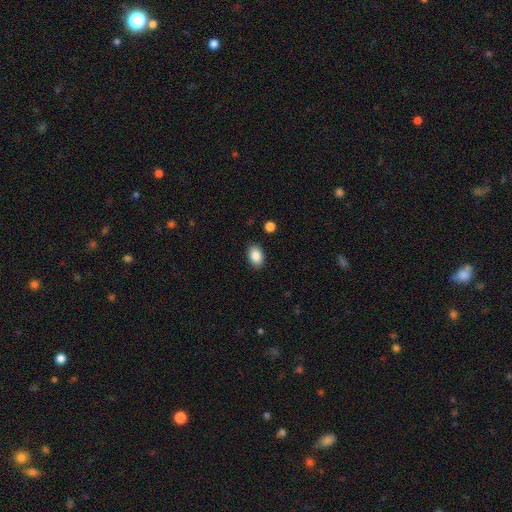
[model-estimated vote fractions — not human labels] Smooth or featured?
  - smooth: 88% *
  - star or artifact: 8%
  - featured or disk: 5%
How rounded?
  - in between: 87% *
  - round: 12%
  - cigar-shaped: 1%
Merging?
  - none: 87% *
  - minor disturbance: 9%
  - major disturbance: 2%
  - merger: 2%